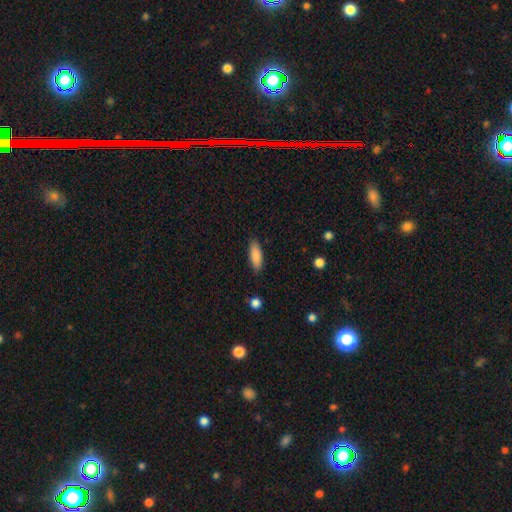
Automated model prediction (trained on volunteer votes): Overall: smooth (87%). How rounded: in between (62%; cigar-shaped 36%). Merging: none (86%).